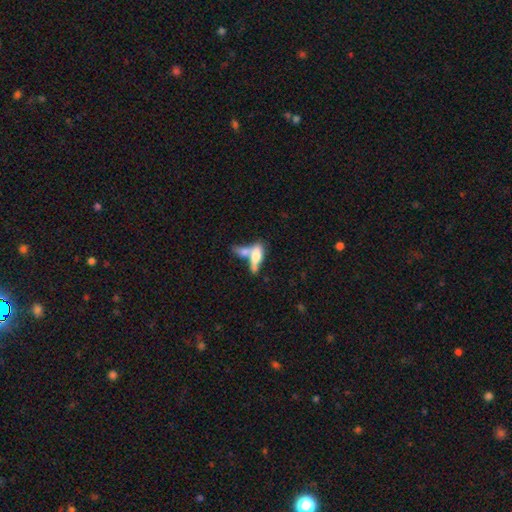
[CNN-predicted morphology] This appears to be a smooth galaxy with no disk features (60%) that is in between round and cigar-shaped (63%). Merging: merger (62%).